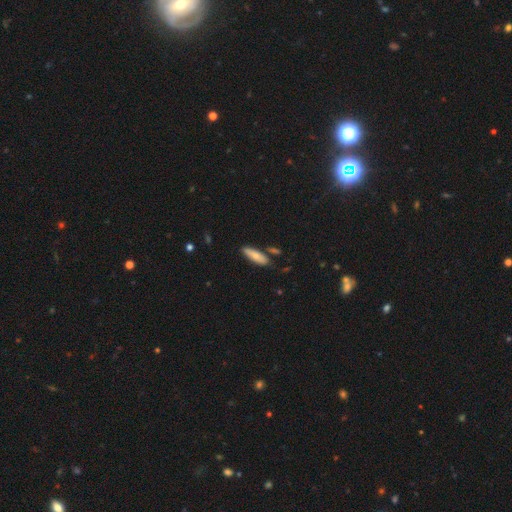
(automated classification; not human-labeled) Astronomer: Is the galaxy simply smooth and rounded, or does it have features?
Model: smooth — 76%.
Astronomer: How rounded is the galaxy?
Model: cigar-shaped — 54% (runner-up: in between, 44%).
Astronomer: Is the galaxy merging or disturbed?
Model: none — 78%.